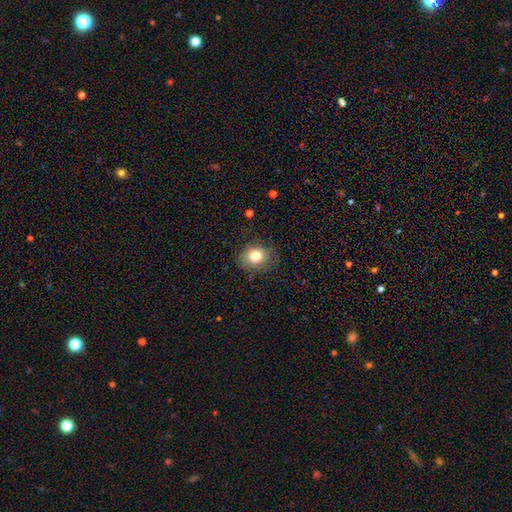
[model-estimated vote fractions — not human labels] smooth_or_featured: smooth (p=0.80) [alt: star or artifact p=0.11]
how_rounded: round (p=0.63) [alt: in between p=0.36]
merging: none (p=0.79) [alt: minor disturbance p=0.16]